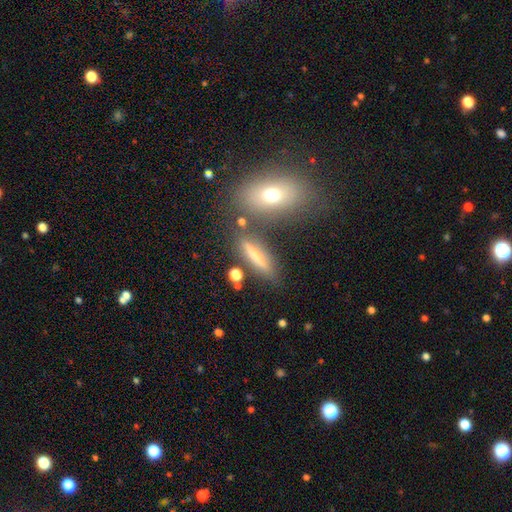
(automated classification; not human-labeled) Smooth or featured? Predicted: smooth (p=0.55). How rounded? Predicted: cigar-shaped (p=0.76). Merging? Predicted: none (p=0.76).